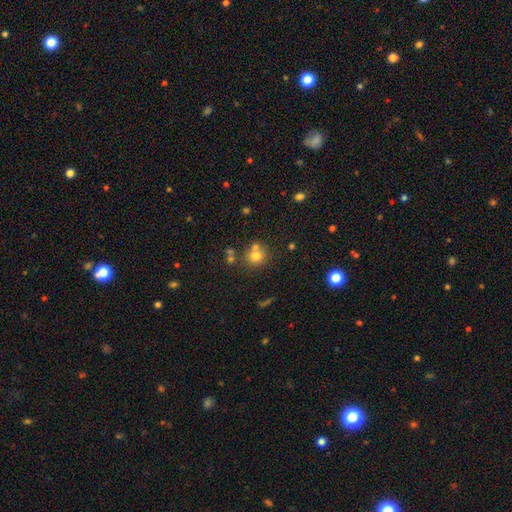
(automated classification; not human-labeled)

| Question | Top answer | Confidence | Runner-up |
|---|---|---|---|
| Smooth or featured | smooth | 73% | star or artifact (15%) |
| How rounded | round | 87% | in between (12%) |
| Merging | none | 59% | merger (27%) |